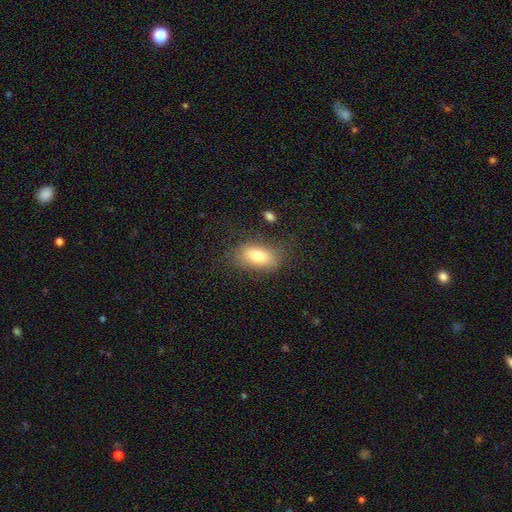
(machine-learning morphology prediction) Smooth or featured? Predicted: smooth (p=0.75). How rounded? Predicted: in between (p=0.87). Merging? Predicted: none (p=0.73).